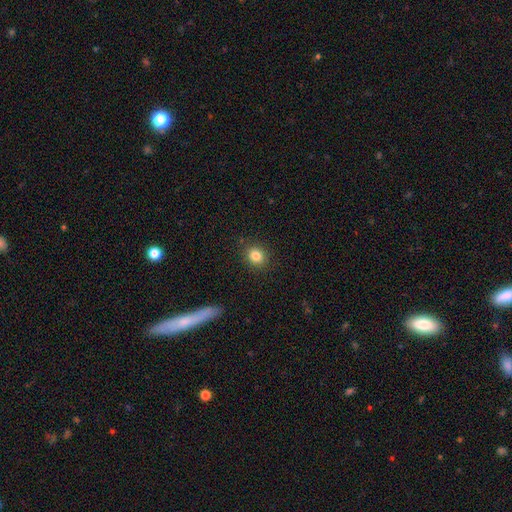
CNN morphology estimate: Q: Smooth or featured?
A: smooth (83%); runner-up: star or artifact (11%)
Q: How rounded?
A: round (78%); runner-up: in between (21%)
Q: Merging?
A: none (89%); runner-up: minor disturbance (7%)